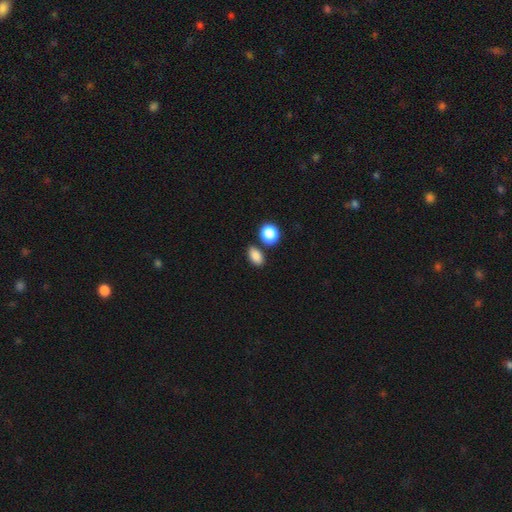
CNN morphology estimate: Smooth or featured: smooth — 86% (star or artifact — 10%)
How rounded: in between — 82% (round — 16%)
Merging: none — 74% (minor disturbance — 12%)